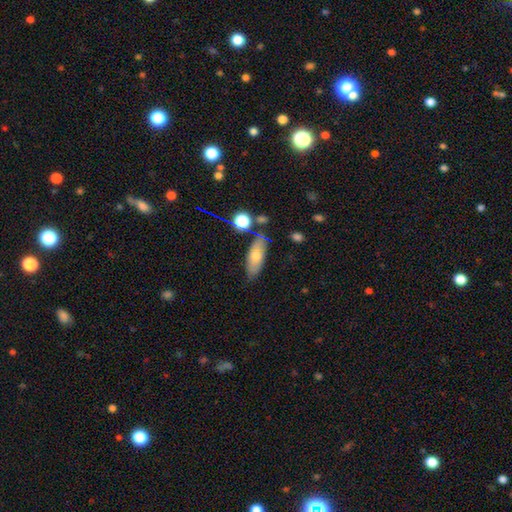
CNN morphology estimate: smooth-or-featured: smooth: 66% | featured or disk: 25% | star or artifact: 9%
  how-rounded: in between: 73% | cigar-shaped: 23% | round: 4%
  merging: none: 72% | minor disturbance: 17% | merger: 6% | major disturbance: 4%